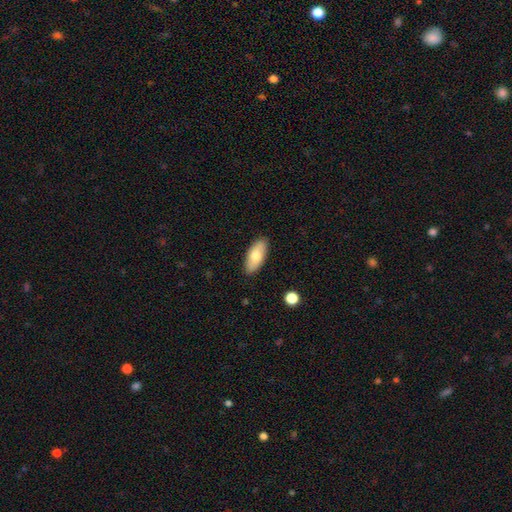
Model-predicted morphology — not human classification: Q: Smooth or featured?
A: smooth (75%); runner-up: featured or disk (19%)
Q: How rounded?
A: in between (86%); runner-up: cigar-shaped (12%)
Q: Merging?
A: none (88%); runner-up: minor disturbance (9%)